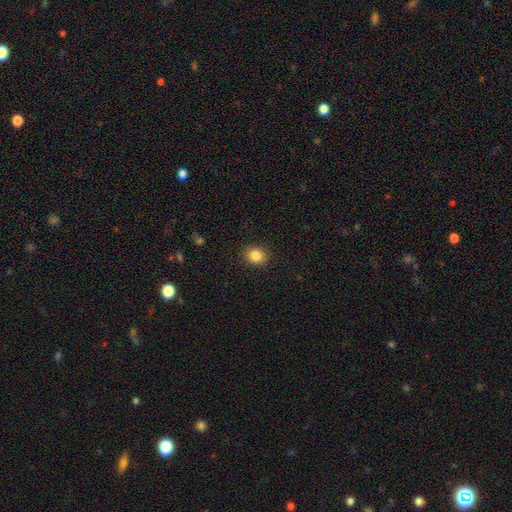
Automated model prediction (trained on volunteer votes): A smooth galaxy with no disk features (85%) that is round (75%). Merging: none (90%).